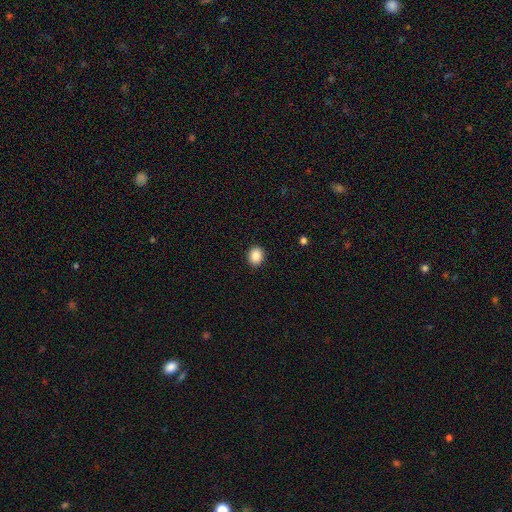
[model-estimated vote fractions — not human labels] Q: Smooth or featured?
A: smooth (87%); runner-up: star or artifact (9%)
Q: How rounded?
A: round (62%); runner-up: in between (37%)
Q: Merging?
A: none (91%); runner-up: minor disturbance (6%)